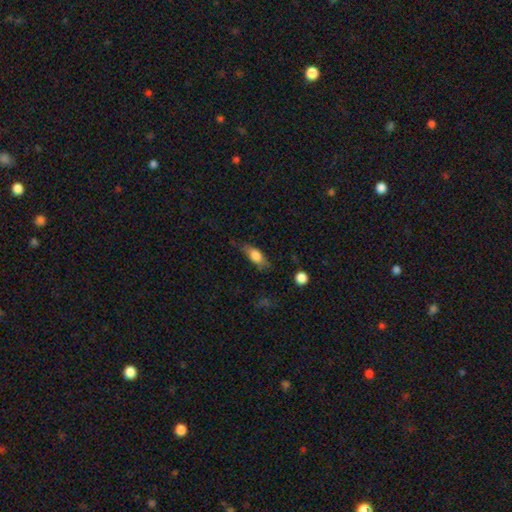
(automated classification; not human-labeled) Smooth or featured? Predicted: smooth (p=0.69). How rounded? Predicted: in between (p=0.71). Merging? Predicted: none (p=0.64).